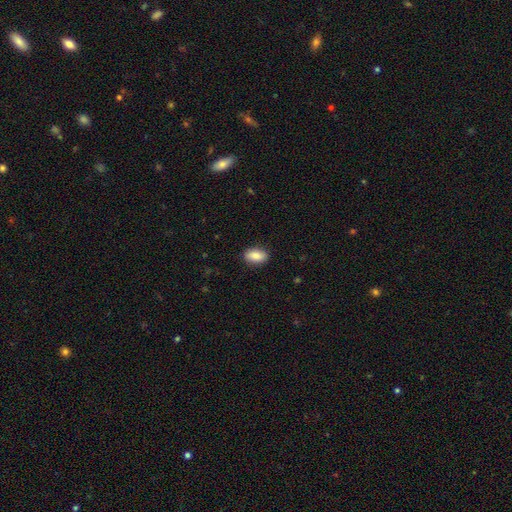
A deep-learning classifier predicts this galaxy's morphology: This appears to be a smooth galaxy with no disk features (87%) that is in between round and cigar-shaped (90%). Merging: none (88%).